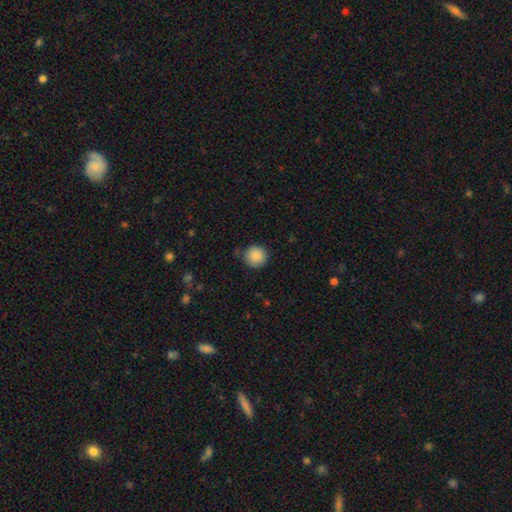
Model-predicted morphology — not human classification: smooth_or_featured: smooth (p=0.87) [alt: star or artifact p=0.09]
how_rounded: round (p=0.95) [alt: in between p=0.04]
merging: none (p=0.85) [alt: minor disturbance p=0.10]